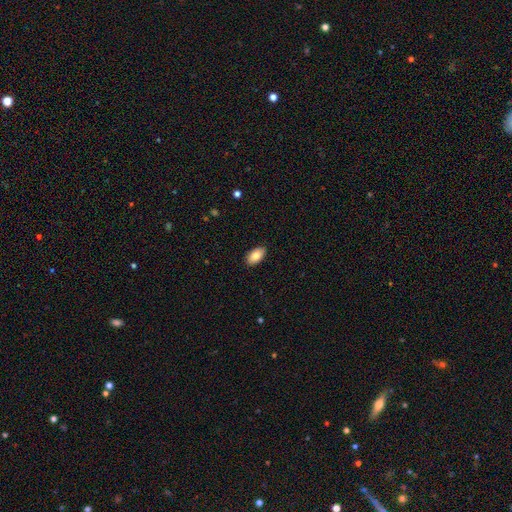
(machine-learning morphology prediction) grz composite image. It shows a smooth galaxy with no disk features (84%) that is in between round and cigar-shaped (95%). Merging: none (89%).